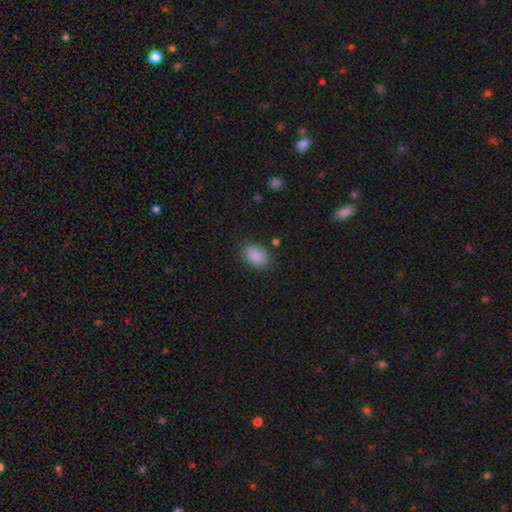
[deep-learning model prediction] Smooth or featured? Predicted: smooth (p=0.88). How rounded? Predicted: in between (p=0.81). Merging? Predicted: none (p=0.82).